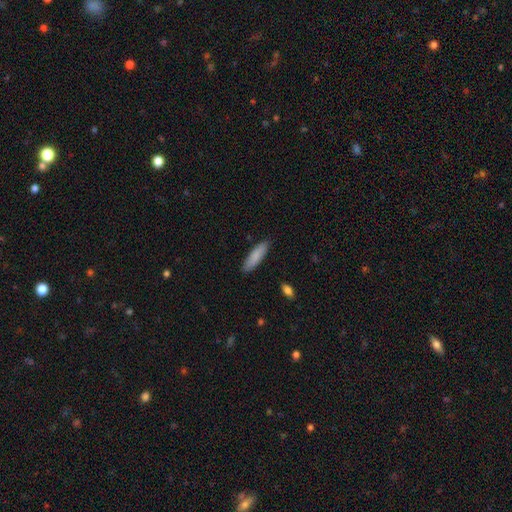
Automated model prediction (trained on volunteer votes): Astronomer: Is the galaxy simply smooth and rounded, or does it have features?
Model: smooth — 86%.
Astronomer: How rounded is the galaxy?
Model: cigar-shaped — 64%.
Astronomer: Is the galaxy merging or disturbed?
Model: none — 87%.